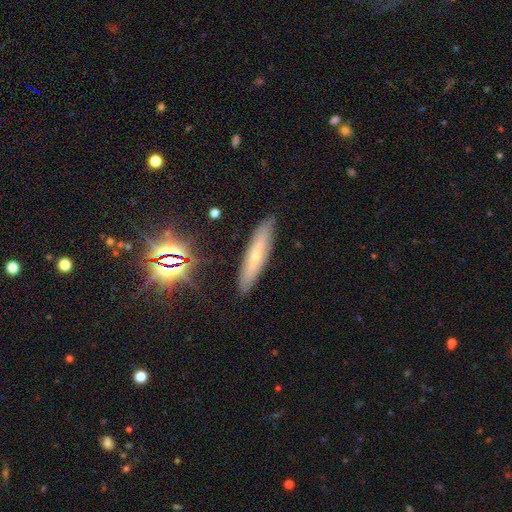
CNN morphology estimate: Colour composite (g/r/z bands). It shows a featured or disk galaxy (48%). Merging: none (86%).